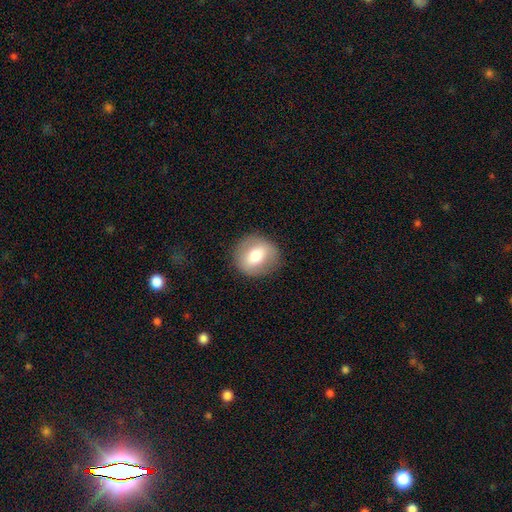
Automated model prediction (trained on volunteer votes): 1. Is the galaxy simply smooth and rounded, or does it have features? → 61% smooth, 31% featured or disk, 8% star or artifact.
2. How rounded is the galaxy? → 81% round, 18% in between, 1% cigar-shaped.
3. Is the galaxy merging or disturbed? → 86% none, 9% minor disturbance, 4% major disturbance, 1% merger.